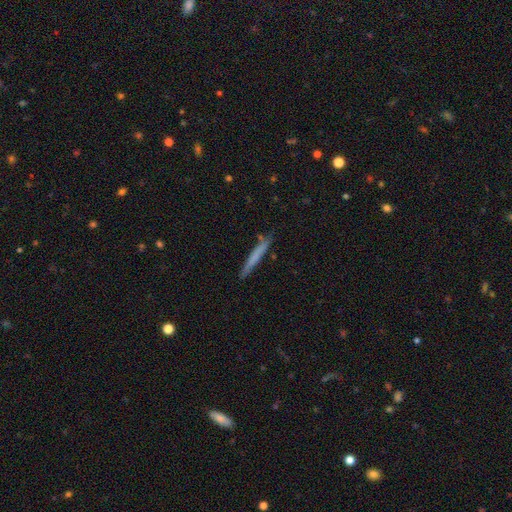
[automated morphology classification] Overall: smooth (64%; featured or disk 30%). How rounded: cigar-shaped (96%). Merging: none (85%).